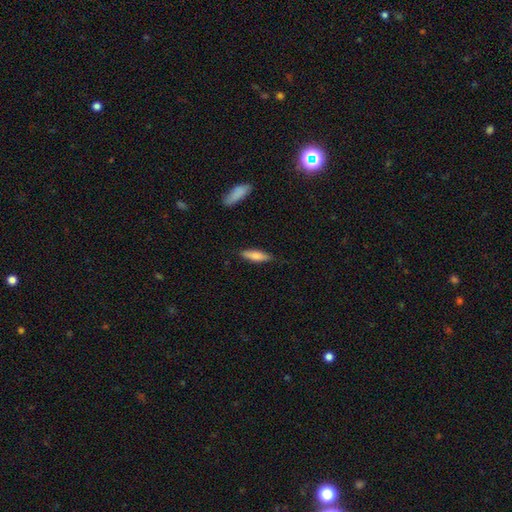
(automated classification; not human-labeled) smooth 78%, featured or disk 16%, star or artifact 6%. Down the decision tree: how rounded — cigar-shaped (61%); merging — none (83%).